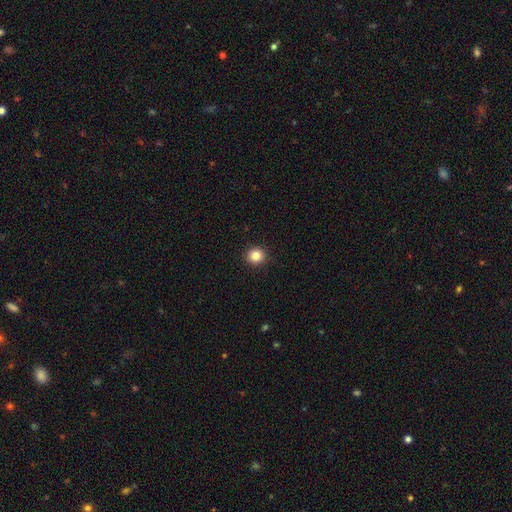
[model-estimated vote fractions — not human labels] This appears to be a smooth galaxy with no disk features (85%) that is round (89%). Merging: none (92%).